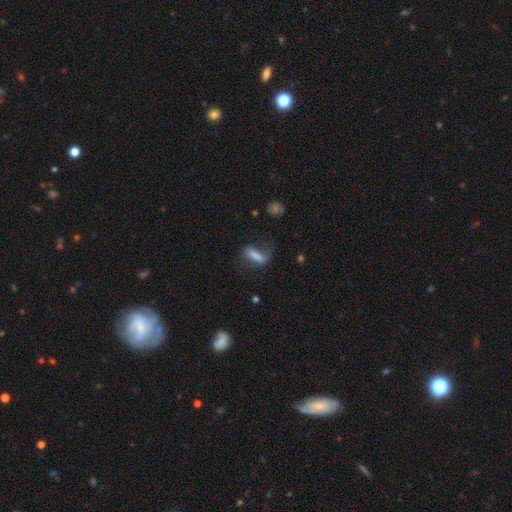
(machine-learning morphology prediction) smooth_or_featured: smooth (p=0.56) [alt: featured or disk p=0.31]
how_rounded: in between (p=0.48) [alt: cigar-shaped p=0.46]
merging: none (p=0.54) [alt: minor disturbance p=0.23]